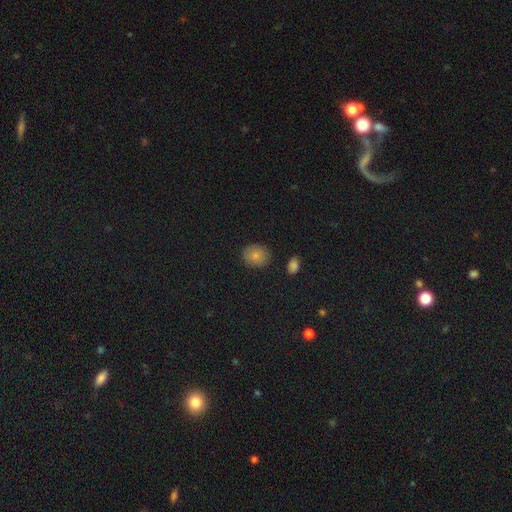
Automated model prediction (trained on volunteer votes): Smooth or featured? Predicted: smooth (p=0.84). How rounded? Predicted: round (p=0.64). Merging? Predicted: none (p=0.85).